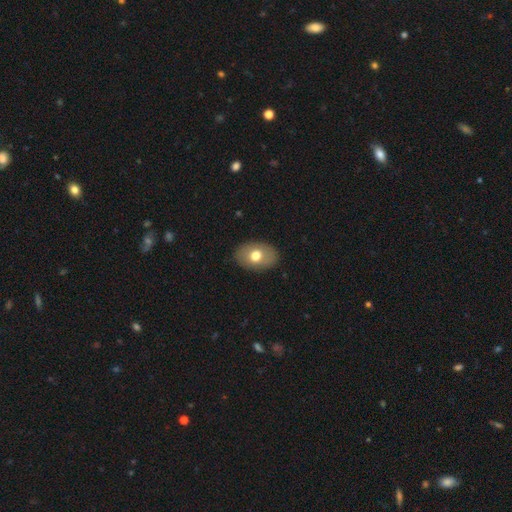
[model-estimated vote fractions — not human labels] smooth_or_featured: smooth (p=0.69) [alt: featured or disk p=0.23]
how_rounded: in between (p=0.81) [alt: round p=0.18]
merging: none (p=0.87) [alt: minor disturbance p=0.09]